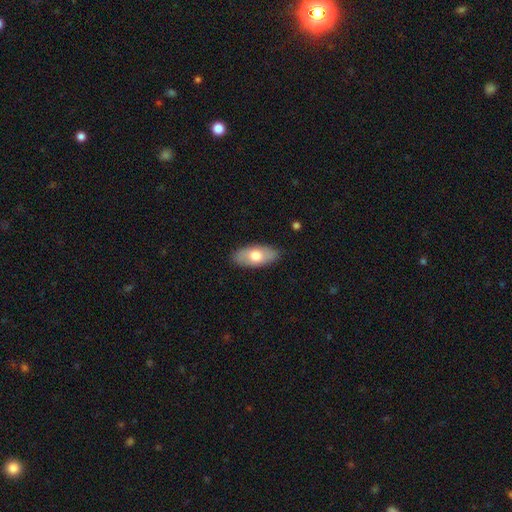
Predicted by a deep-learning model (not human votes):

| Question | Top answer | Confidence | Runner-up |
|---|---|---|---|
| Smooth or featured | smooth | 69% | featured or disk (26%) |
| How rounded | in between | 89% | cigar-shaped (8%) |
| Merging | none | 86% | minor disturbance (10%) |